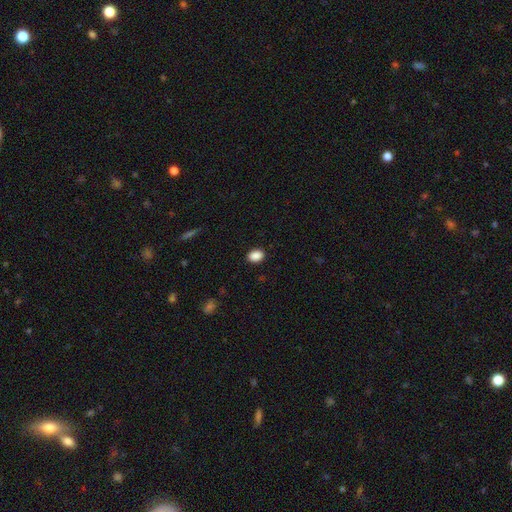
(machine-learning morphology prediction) Q: Smooth or featured?
A: smooth (89%); runner-up: star or artifact (8%)
Q: How rounded?
A: in between (76%); runner-up: round (22%)
Q: Merging?
A: none (89%); runner-up: minor disturbance (8%)